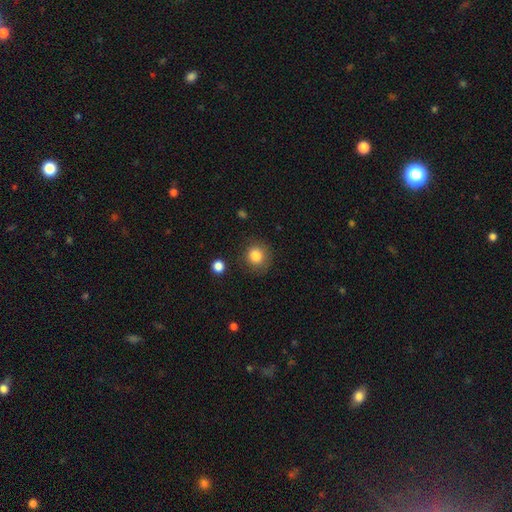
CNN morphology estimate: This is clearly a smooth galaxy (84%). How rounded: clearly round (89%). Merging: clearly none (82%).